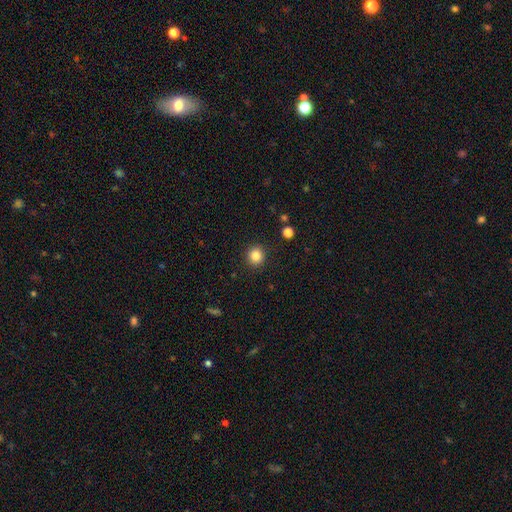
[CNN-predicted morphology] This is clearly a smooth galaxy (84%). How rounded: clearly round (91%). Merging: clearly none (91%).